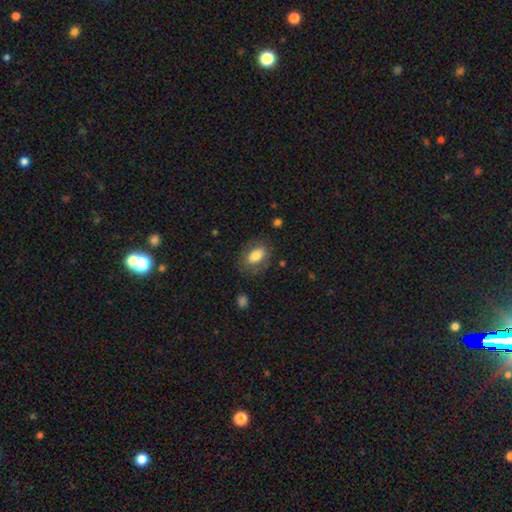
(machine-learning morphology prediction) A smooth galaxy with no disk features (75%) that is in between round and cigar-shaped (87%). Merging: none (75%).